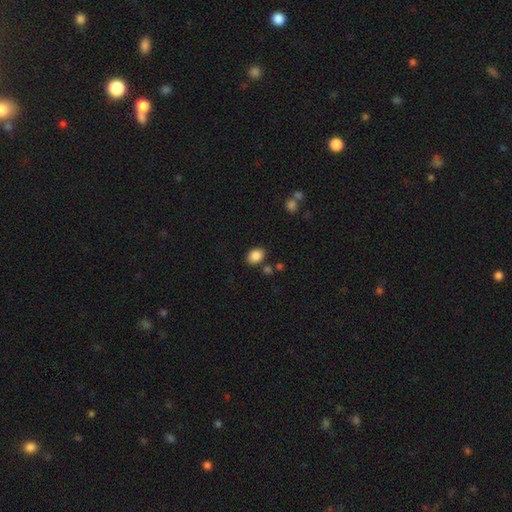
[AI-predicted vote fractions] Q: Smooth or featured?
A: smooth (87%); runner-up: star or artifact (8%)
Q: How rounded?
A: in between (75%); runner-up: round (24%)
Q: Merging?
A: none (80%); runner-up: minor disturbance (11%)